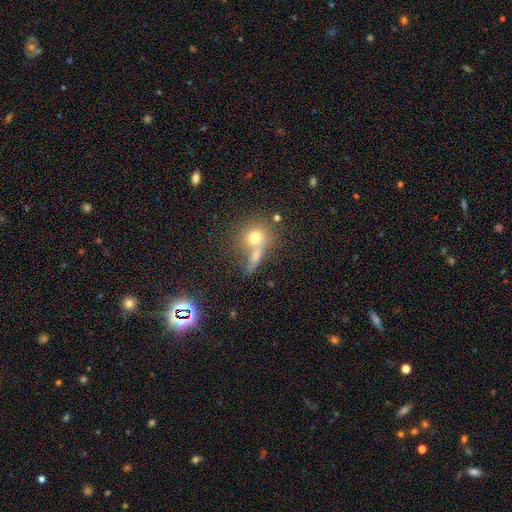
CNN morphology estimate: The model was most divided on "merging": merger: 44%, none: 38%, minor disturbance: 10%, major disturbance: 8%. More confident: smooth or featured — smooth (68%); how rounded — round (57%).